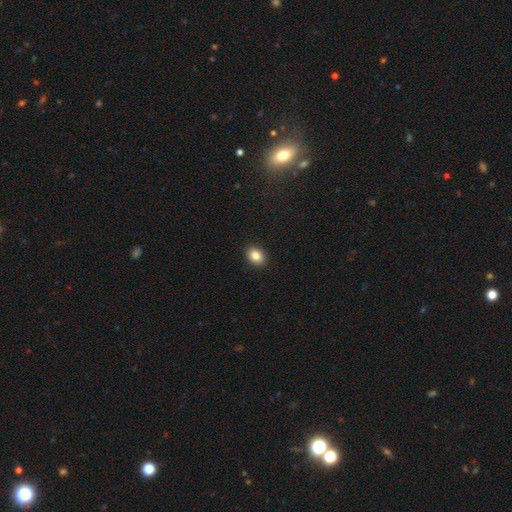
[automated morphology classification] Smooth or featured? smooth (86%)
How rounded? in between (63%)
Merging? none (91%)